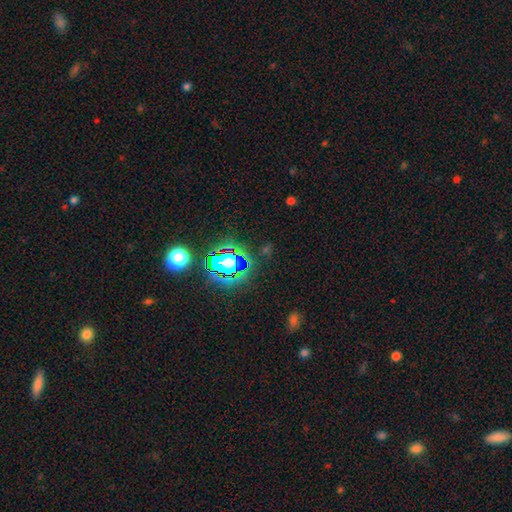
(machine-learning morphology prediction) This appears to be a star or artifact, not a galaxy (79%).